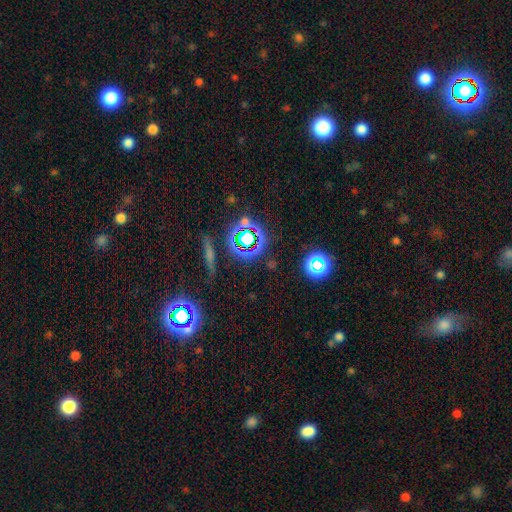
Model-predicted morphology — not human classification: This is likely a star or artifact rather than a galaxy (73%).